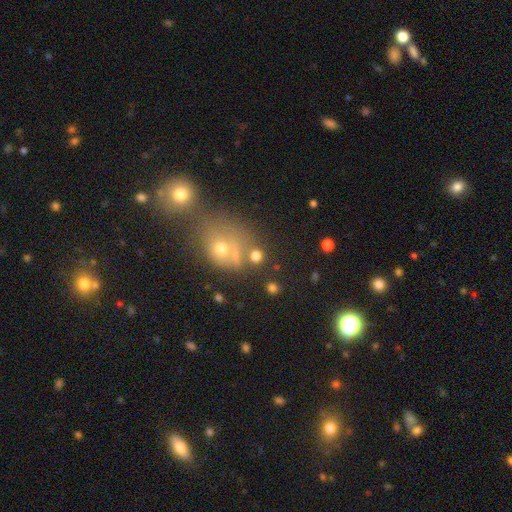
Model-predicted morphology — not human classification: The model was most divided on "merging": none: 66%, merger: 19%, minor disturbance: 9%, major disturbance: 6%. More confident: how rounded — round (82%); smooth or featured — smooth (73%).